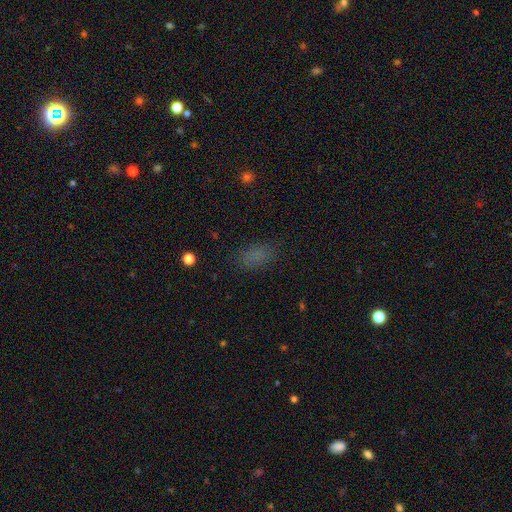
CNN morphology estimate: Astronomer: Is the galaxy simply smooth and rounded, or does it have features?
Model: smooth — 76%.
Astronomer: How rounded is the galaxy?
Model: in between — 88%.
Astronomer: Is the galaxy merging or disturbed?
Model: none — 79%.